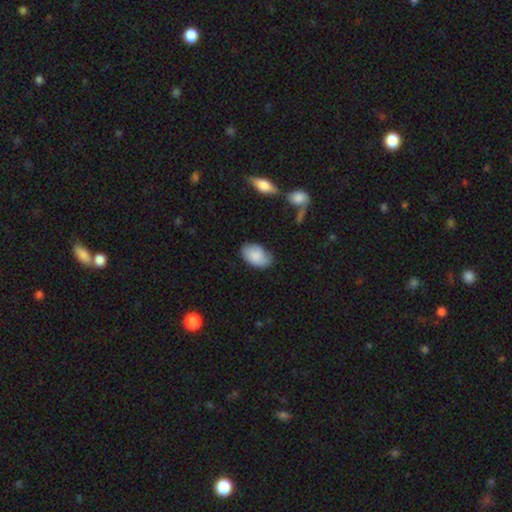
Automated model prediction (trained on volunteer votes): Q: Smooth or featured?
A: smooth (84%); runner-up: featured or disk (10%)
Q: How rounded?
A: in between (92%); runner-up: round (7%)
Q: Merging?
A: none (67%); runner-up: minor disturbance (26%)